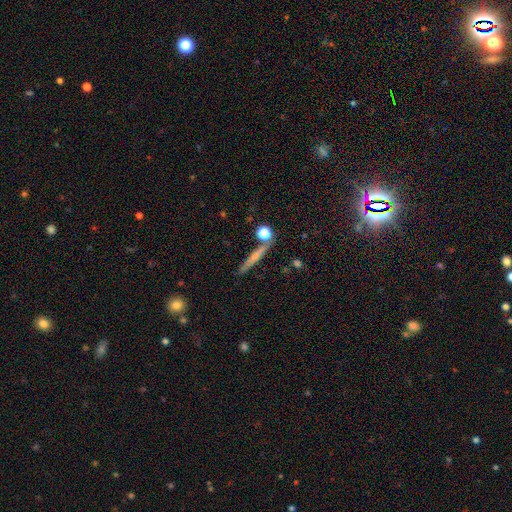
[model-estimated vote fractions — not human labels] Overall: smooth (48%; featured or disk 42%). Merging: none (82%).